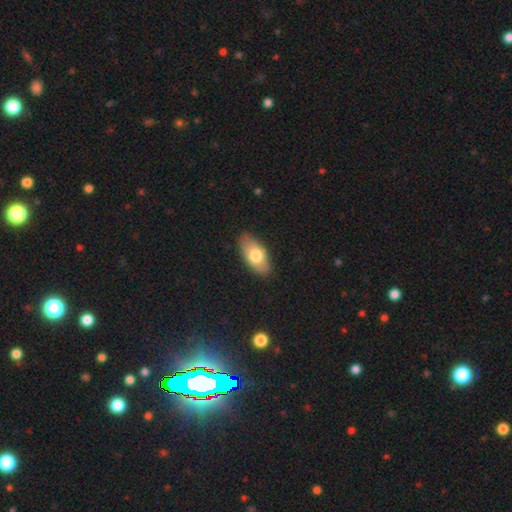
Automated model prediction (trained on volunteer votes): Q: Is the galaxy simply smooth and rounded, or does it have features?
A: smooth — 72%.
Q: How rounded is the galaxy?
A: in between — 91%.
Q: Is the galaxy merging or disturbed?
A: none — 83%.